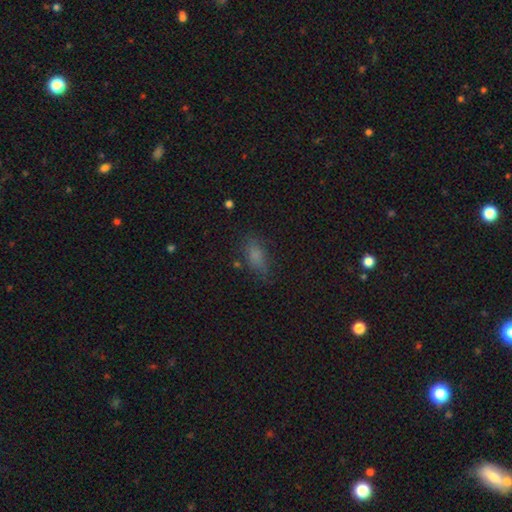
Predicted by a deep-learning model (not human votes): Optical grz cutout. It shows a smooth galaxy with no disk features (73%) that is in between round and cigar-shaped (78%). Merging: none (71%).